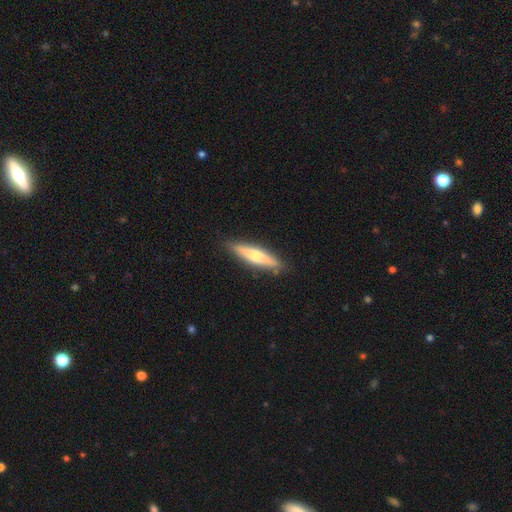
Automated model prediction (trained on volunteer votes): A smooth galaxy with no disk features (56%) that is cigar-shaped (79%).

Vote fractions:
- Smooth or featured? smooth: 56% / featured or disk: 39% / star or artifact: 6%
- How rounded? cigar-shaped: 79% / in between: 19% / round: 2%
- Merging? none: 86% / minor disturbance: 10% / major disturbance: 2% / merger: 1%